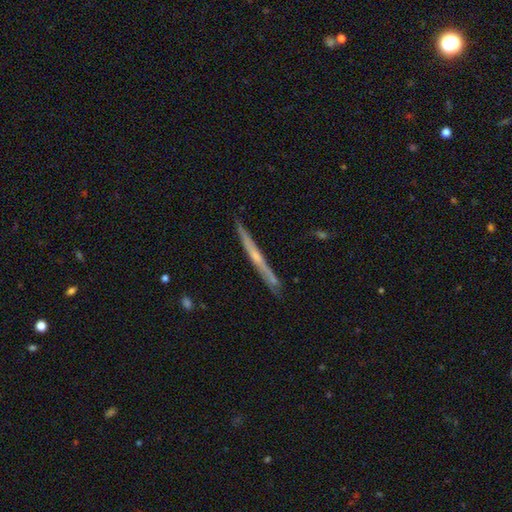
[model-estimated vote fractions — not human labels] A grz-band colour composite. It shows a featured or disk galaxy (69%) viewed edge-on (97%) with a rounded central bulge (48%). Merging: none (87%).